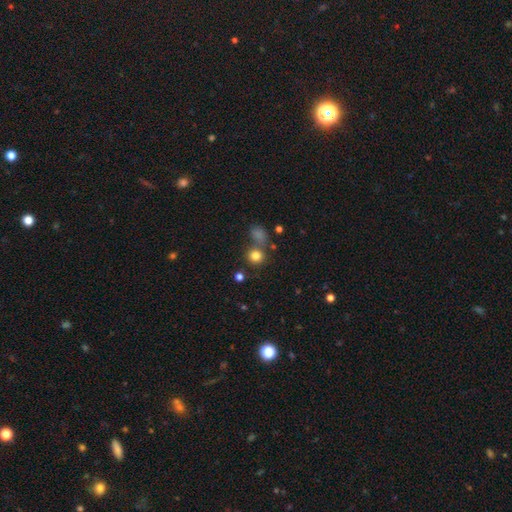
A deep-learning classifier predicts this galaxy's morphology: This appears to be a smooth galaxy with no disk features (79%) that is round (88%). Merging: none (67%).